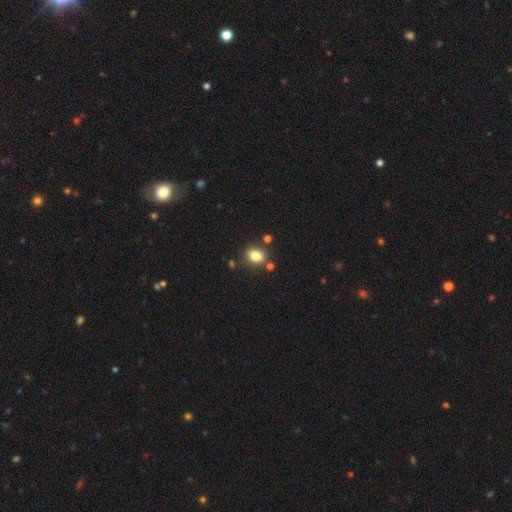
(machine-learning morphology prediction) The model was most divided on "how rounded": in between: 50%, round: 49%, cigar-shaped: 1%. More confident: smooth or featured — smooth (82%); merging — none (78%).